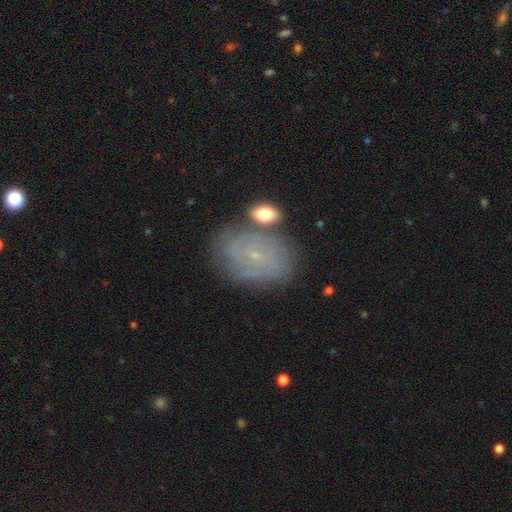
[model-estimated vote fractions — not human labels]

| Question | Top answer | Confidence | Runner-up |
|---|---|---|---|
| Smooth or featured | featured or disk | 65% | smooth (22%) |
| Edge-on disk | no | 96% | yes (4%) |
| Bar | no | 68% | weak (26%) |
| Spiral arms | yes | 82% | no (18%) |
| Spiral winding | tight | 68% | medium (23%) |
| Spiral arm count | can't tell | 53% | 2 (17%) |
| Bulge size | small | 86% | moderate (9%) |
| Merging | none | 69% | minor disturbance (15%) |